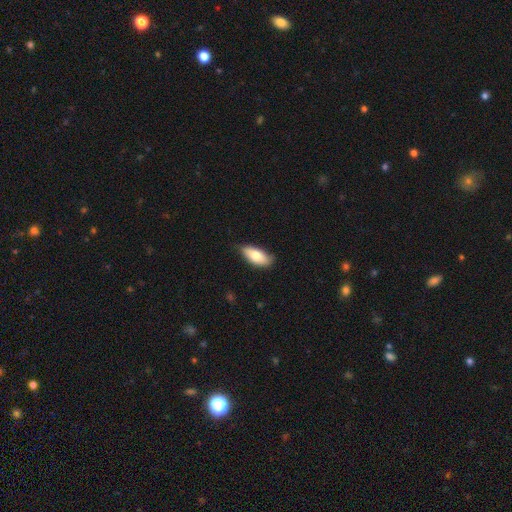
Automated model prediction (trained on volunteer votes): The model was most divided on "smooth or featured": smooth: 77%, featured or disk: 17%, star or artifact: 6%. More confident: how rounded — in between (86%); merging — none (79%).